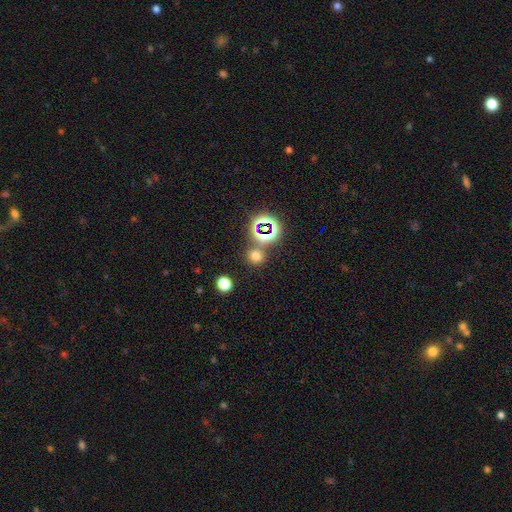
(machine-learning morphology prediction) The model was most divided on "smooth or featured": smooth: 63%, star or artifact: 31%, featured or disk: 6%. More confident: how rounded — round (82%); merging — none (76%).